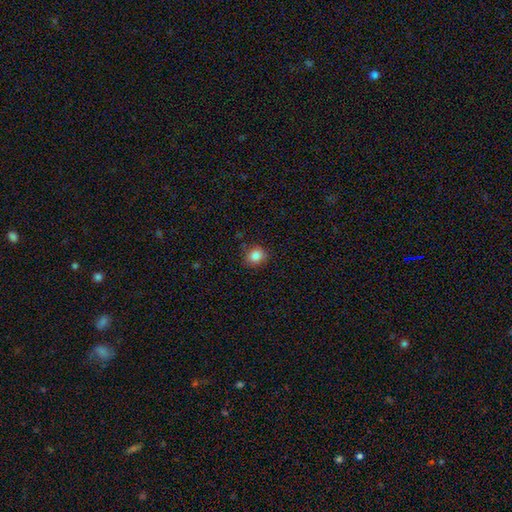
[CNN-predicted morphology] smooth-or-featured: smooth: 85% | star or artifact: 10% | featured or disk: 4%
  how-rounded: round: 77% | in between: 23% | cigar-shaped: 1%
  merging: none: 84% | minor disturbance: 12% | major disturbance: 3% | merger: 1%